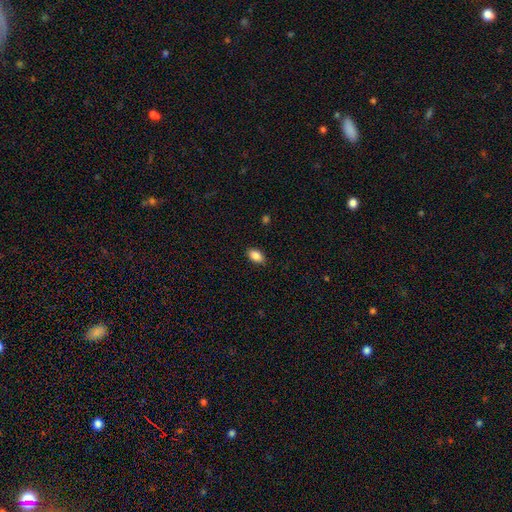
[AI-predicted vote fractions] Morphology: type=smooth (88%); roundness=in between (90%); merging=none (88%).